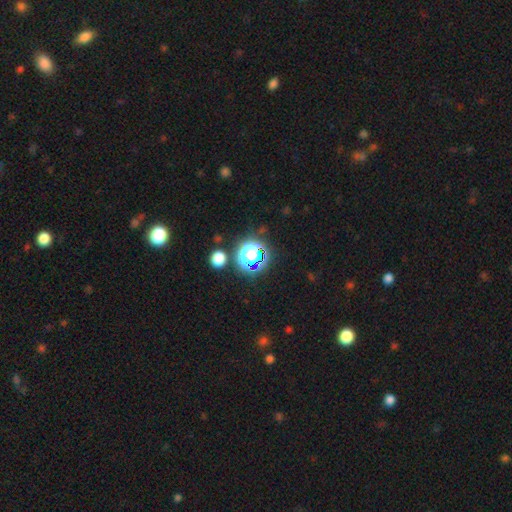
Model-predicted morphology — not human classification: Smooth or featured: star or artifact — 79% (smooth — 14%)